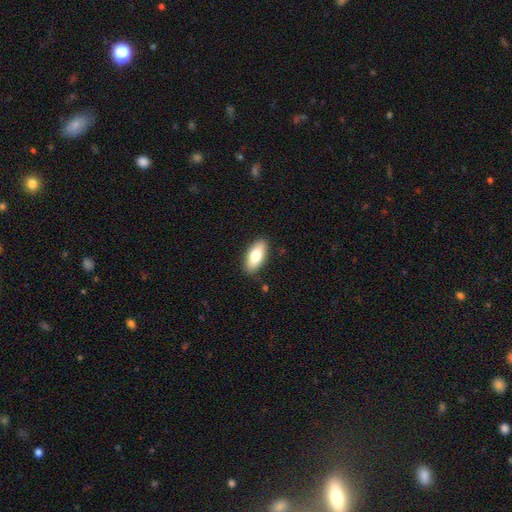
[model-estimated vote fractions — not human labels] This appears to be a smooth galaxy with no disk features (76%) that is in between round and cigar-shaped (86%). Merging: none (87%).